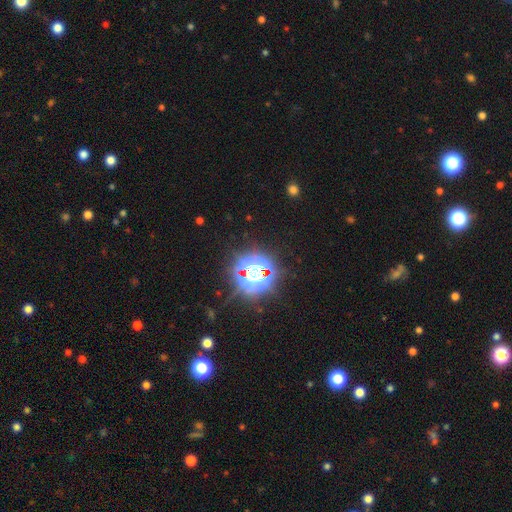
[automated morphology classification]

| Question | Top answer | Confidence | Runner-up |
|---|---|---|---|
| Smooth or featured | star or artifact | 81% | smooth (12%) |